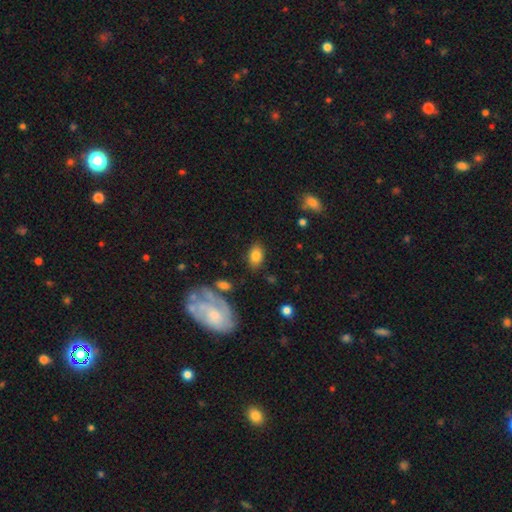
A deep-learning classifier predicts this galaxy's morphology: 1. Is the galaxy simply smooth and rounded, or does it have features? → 81% smooth, 12% featured or disk, 7% star or artifact.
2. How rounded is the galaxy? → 86% in between, 13% round, 2% cigar-shaped.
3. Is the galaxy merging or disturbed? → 80% none, 13% minor disturbance, 4% major disturbance, 3% merger.